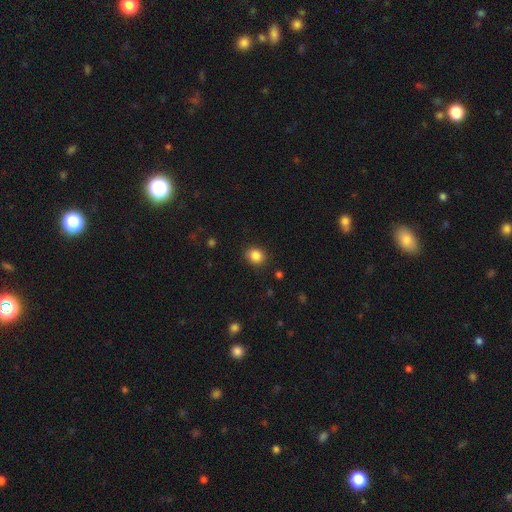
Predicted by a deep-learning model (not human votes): Overall: smooth (85%). How rounded: round (67%; in between 33%). Merging: none (87%).